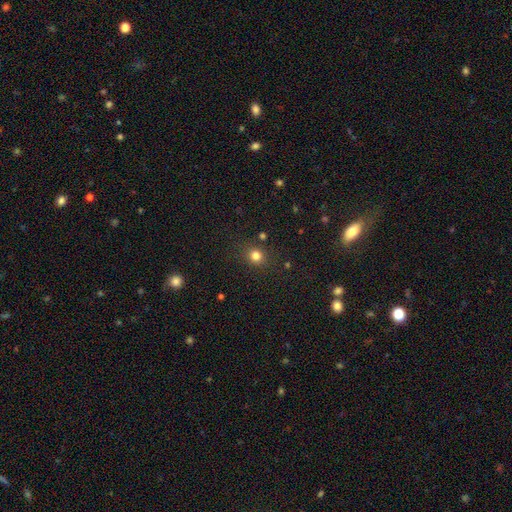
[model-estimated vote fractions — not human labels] Smooth or featured? Predicted: smooth (p=0.79). How rounded? Predicted: round (p=0.84). Merging? Predicted: none (p=0.86).